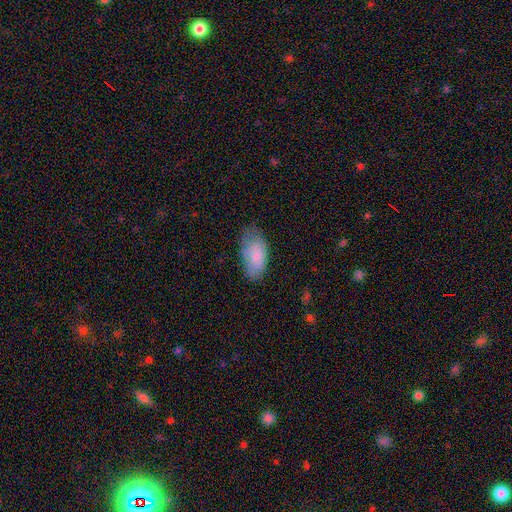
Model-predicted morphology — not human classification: Smooth or featured? Predicted: smooth (p=0.82). How rounded? Predicted: in between (p=0.94). Merging? Predicted: none (p=0.61).